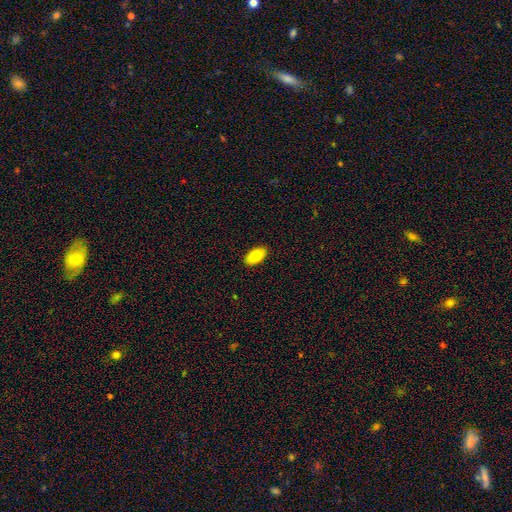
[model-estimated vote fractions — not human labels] Smooth or featured? Predicted: smooth (p=0.79). How rounded? Predicted: in between (p=0.94). Merging? Predicted: none (p=0.90).